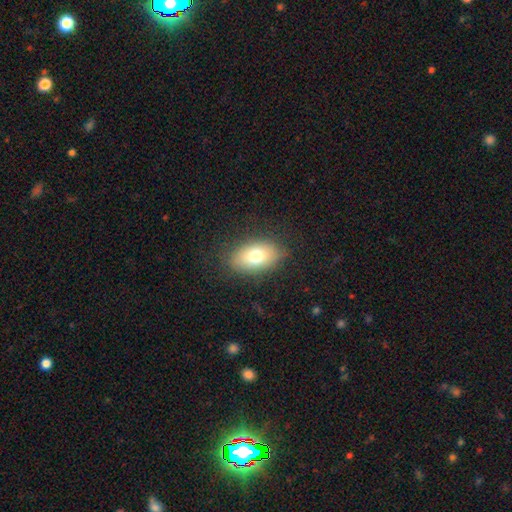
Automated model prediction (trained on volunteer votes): The model was most divided on "smooth or featured": smooth: 73%, featured or disk: 17%, star or artifact: 10%. More confident: how rounded — in between (88%); merging — none (82%).